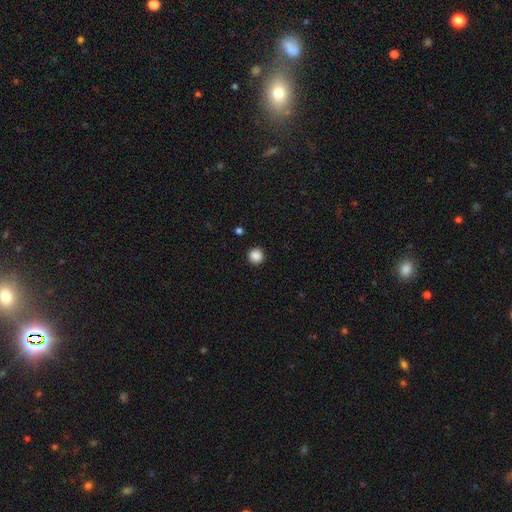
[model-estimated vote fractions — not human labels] Smooth or featured?
  - smooth: 88% *
  - star or artifact: 10%
  - featured or disk: 2%
How rounded?
  - round: 96% *
  - in between: 3%
  - cigar-shaped: 1%
Merging?
  - none: 93% *
  - minor disturbance: 4%
  - major disturbance: 2%
  - merger: 1%